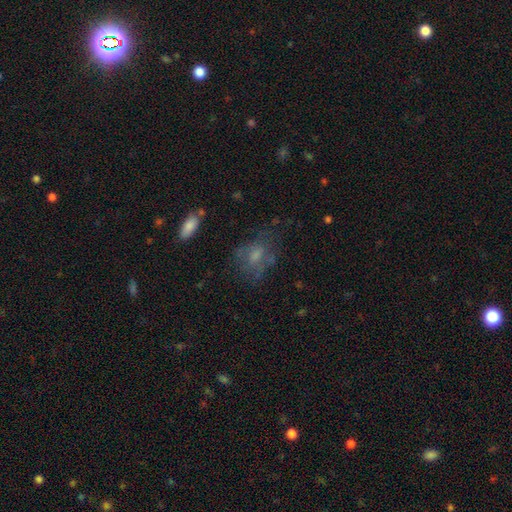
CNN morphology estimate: The model was most divided on "smooth or featured": smooth: 50%, featured or disk: 35%, star or artifact: 14%. More confident: how rounded — in between (64%); merging — none (51%).